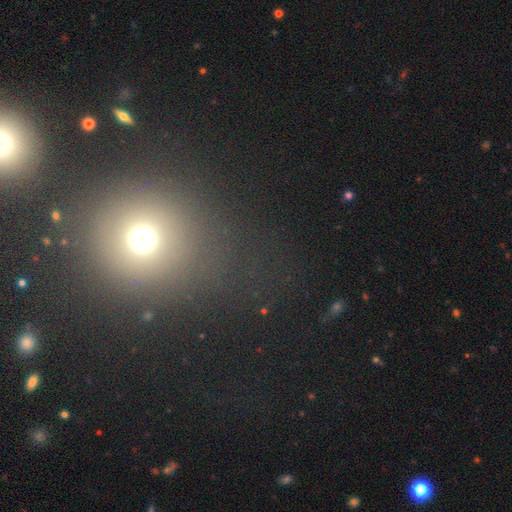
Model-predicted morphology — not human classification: Smooth or featured?
  - smooth: 50% *
  - star or artifact: 40%
  - featured or disk: 10%
How rounded?
  - round: 87% *
  - in between: 12%
  - cigar-shaped: 2%
Merging?
  - none: 76% *
  - minor disturbance: 10%
  - major disturbance: 7%
  - merger: 7%